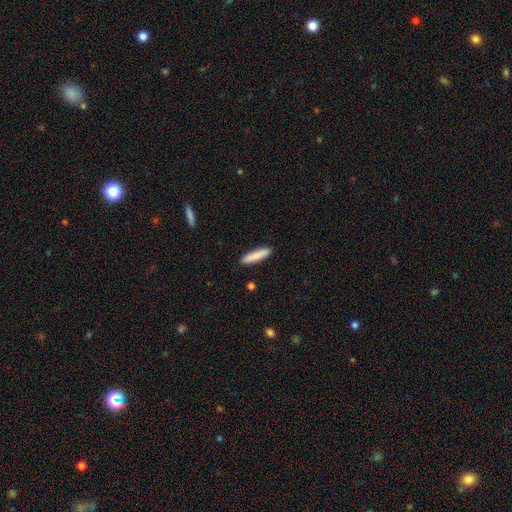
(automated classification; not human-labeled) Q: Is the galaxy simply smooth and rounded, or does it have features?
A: smooth — 86%.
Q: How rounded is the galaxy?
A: cigar-shaped — 80%.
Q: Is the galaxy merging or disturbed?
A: none — 90%.